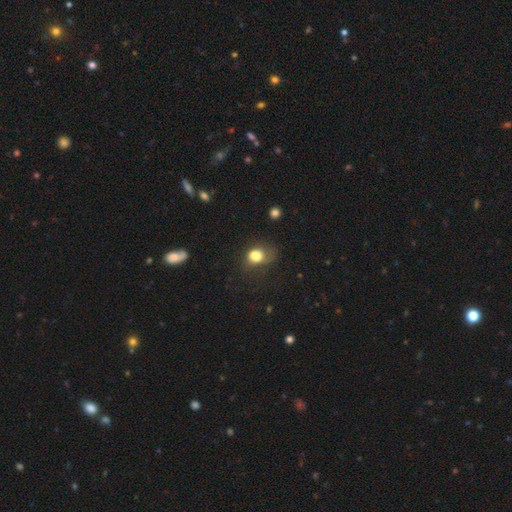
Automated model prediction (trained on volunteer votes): smooth_or_featured: smooth (p=0.76) [alt: featured or disk p=0.13]
how_rounded: in between (p=0.51) [alt: round p=0.48]
merging: none (p=0.40) [alt: major disturbance p=0.29]